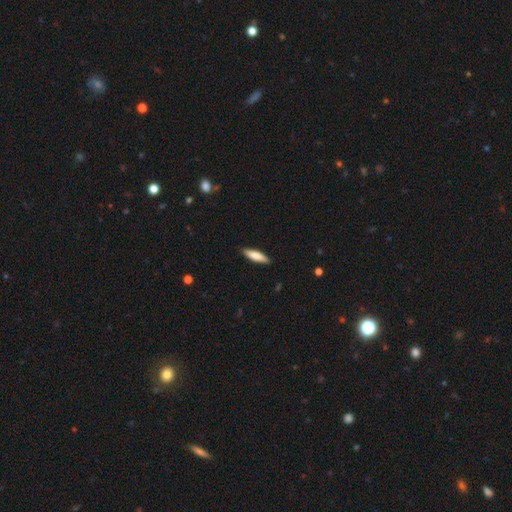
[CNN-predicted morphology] smooth_or_featured: smooth (p=0.75) [alt: featured or disk p=0.20]
how_rounded: cigar-shaped (p=0.68) [alt: in between p=0.31]
merging: none (p=0.89) [alt: minor disturbance p=0.08]